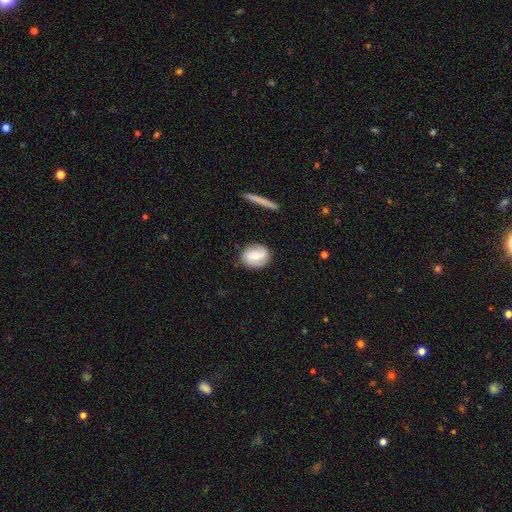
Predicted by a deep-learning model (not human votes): Q: Smooth or featured?
A: featured or disk (53%); runner-up: smooth (41%)
Q: Edge-on disk?
A: no (95%); runner-up: yes (5%)
Q: Bar?
A: no (44%); runner-up: weak (40%)
Q: Spiral arms?
A: yes (85%); runner-up: no (15%)
Q: Bulge size?
A: moderate (55%); runner-up: small (39%)
Q: Merging?
A: none (82%); runner-up: minor disturbance (13%)